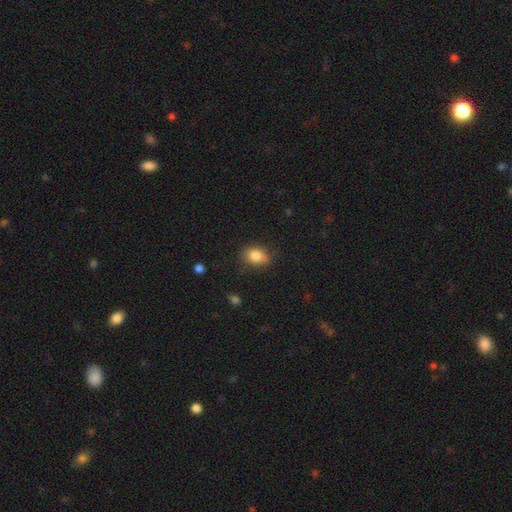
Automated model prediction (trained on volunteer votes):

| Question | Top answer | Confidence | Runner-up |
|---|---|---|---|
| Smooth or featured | smooth | 83% | star or artifact (9%) |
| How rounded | in between | 64% | round (35%) |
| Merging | none | 71% | minor disturbance (22%) |